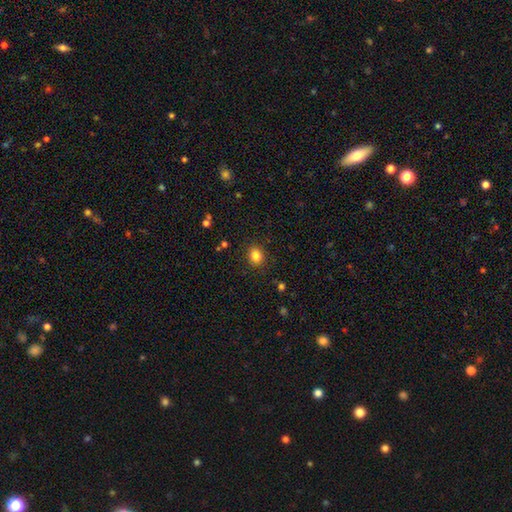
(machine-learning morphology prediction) A smooth galaxy with no disk features (84%) that is round (62%). Merging: none (88%).